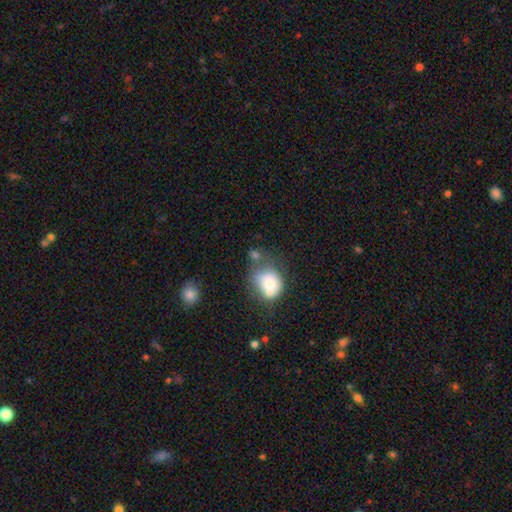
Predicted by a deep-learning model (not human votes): A smooth galaxy with no disk features (72%) that is round (51%). Merging: none (35%).